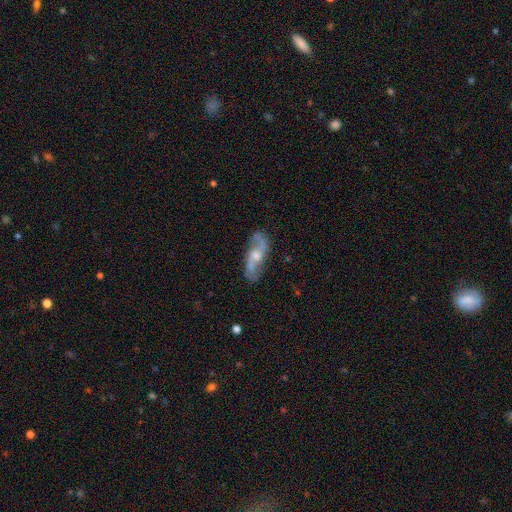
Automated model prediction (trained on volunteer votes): A featured or disk galaxy (81%) with no bar (47%), 2 (91%) loose (56%) spiral arms (94%) and a moderate central bulge (57%).

Vote fractions:
- Smooth or featured? featured or disk: 81% / smooth: 13% / star or artifact: 6%
- Edge-on disk? no: 89% / yes: 11%
- Bar? no: 47% / weak: 41% / strong: 12%
- Spiral arms? yes: 94% / no: 6%
- Spiral winding? loose: 56% / medium: 34% / tight: 10%
- Spiral arm count? 2: 91% / can't tell: 5% / 1: 2% / 3: 1% / 4: 1% / more than 4: 1%
- Bulge size? moderate: 57% / small: 31% / large: 6% / none: 5% / dominant: 1%
- Merging? none: 79% / minor disturbance: 14% / major disturbance: 5% / merger: 2%